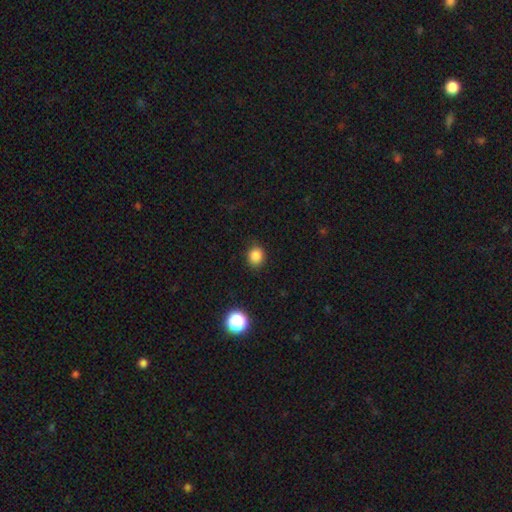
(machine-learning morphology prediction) Smooth or featured? smooth (85%)
How rounded? round (75%)
Merging? none (87%)